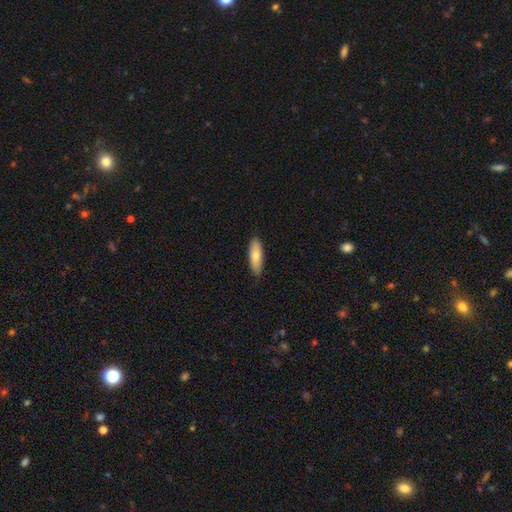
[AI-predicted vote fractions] The model was most divided on "how rounded": in between: 58%, cigar-shaped: 40%, round: 2%. More confident: merging — none (88%); smooth or featured — smooth (76%).